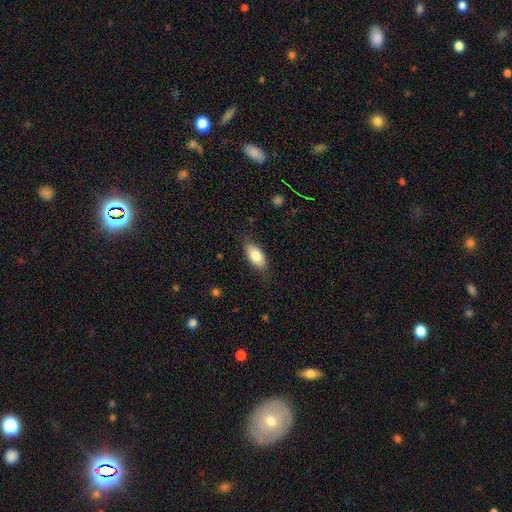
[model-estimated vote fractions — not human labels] Morphology: type=smooth (79%); roundness=in between (91%); merging=none (81%).